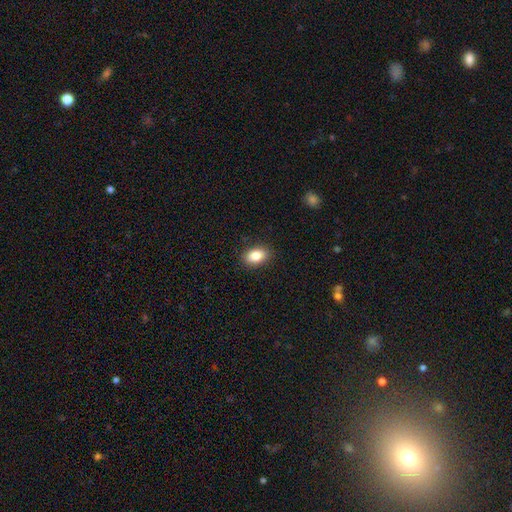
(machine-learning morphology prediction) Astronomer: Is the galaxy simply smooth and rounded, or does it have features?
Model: smooth — 85%.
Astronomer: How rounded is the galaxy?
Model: in between — 85%.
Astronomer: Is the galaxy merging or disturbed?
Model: none — 89%.